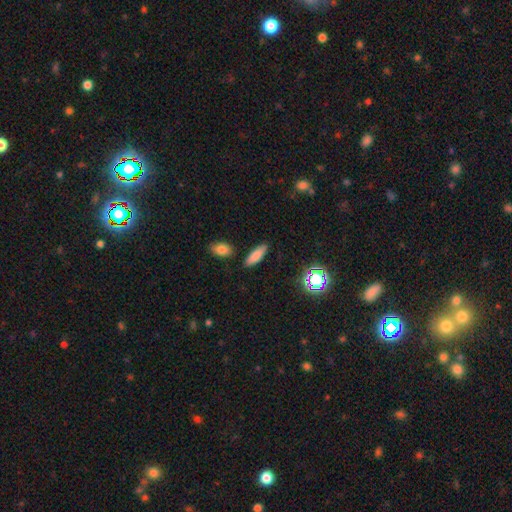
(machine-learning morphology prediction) smooth_or_featured: smooth (p=0.80) [alt: star or artifact p=0.10]
how_rounded: in between (p=0.59) [alt: cigar-shaped p=0.38]
merging: none (p=0.85) [alt: minor disturbance p=0.09]